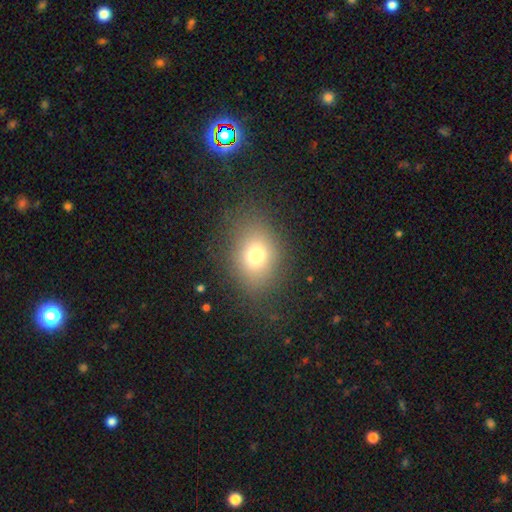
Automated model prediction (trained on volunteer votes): smooth_or_featured: smooth (p=0.73) [alt: star or artifact p=0.15]
how_rounded: in between (p=0.56) [alt: round p=0.43]
merging: none (p=0.77) [alt: minor disturbance p=0.13]